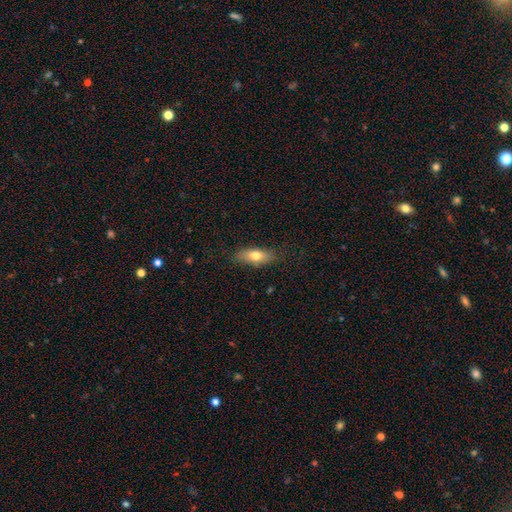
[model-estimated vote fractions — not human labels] Smooth or featured: smooth — 73% (featured or disk — 20%)
How rounded: in between — 74% (cigar-shaped — 22%)
Merging: none — 80% (minor disturbance — 15%)